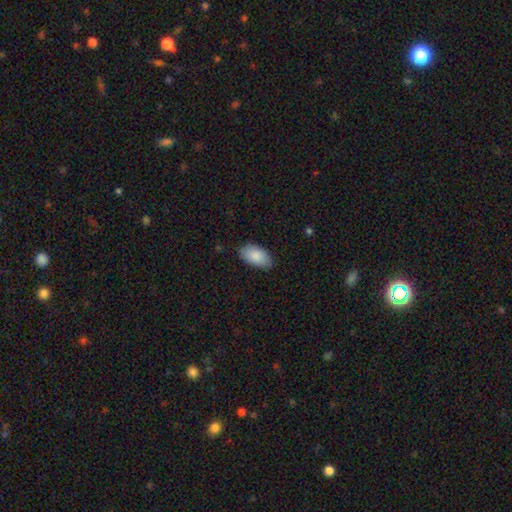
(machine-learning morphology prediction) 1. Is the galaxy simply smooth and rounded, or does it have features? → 88% smooth, 7% featured or disk, 6% star or artifact.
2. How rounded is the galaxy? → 95% in between, 3% round, 2% cigar-shaped.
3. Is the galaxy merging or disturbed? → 84% none, 13% minor disturbance, 2% major disturbance, 1% merger.